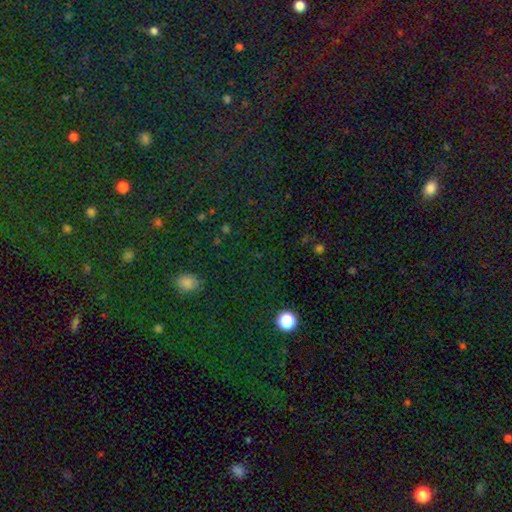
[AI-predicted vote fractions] smooth_or_featured: star or artifact (p=0.61) [alt: smooth p=0.31]